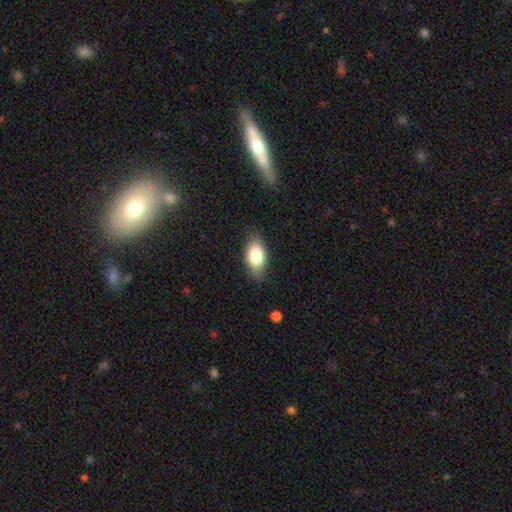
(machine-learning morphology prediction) Smooth or featured?
  - smooth: 81% *
  - featured or disk: 12%
  - star or artifact: 7%
How rounded?
  - in between: 90% *
  - round: 5%
  - cigar-shaped: 4%
Merging?
  - none: 81% *
  - minor disturbance: 15%
  - major disturbance: 3%
  - merger: 1%